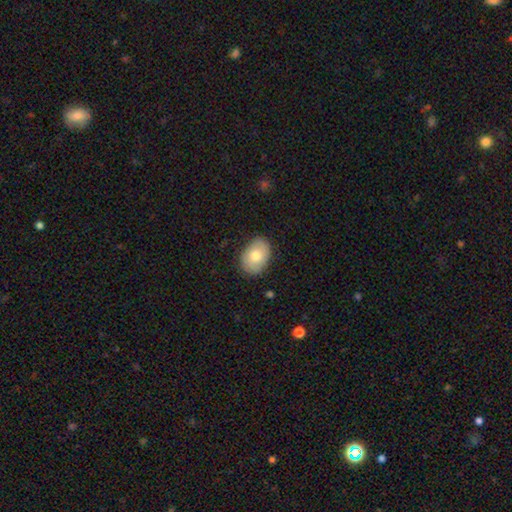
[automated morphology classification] type=smooth (73%); roundness=in between (80%); merging=none (83%).